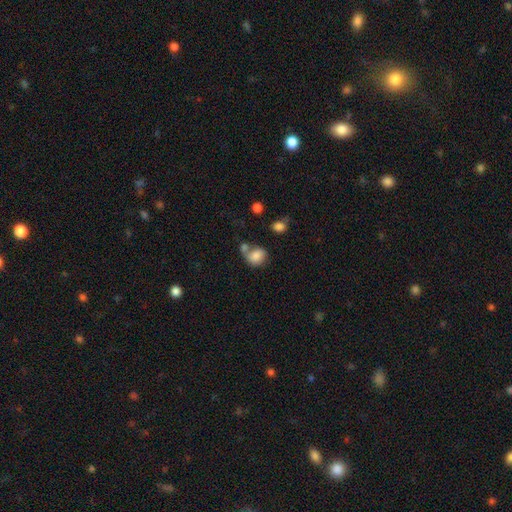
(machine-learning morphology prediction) smooth_or_featured: smooth (p=0.81) [alt: featured or disk p=0.10]
how_rounded: round (p=0.59) [alt: in between p=0.40]
merging: none (p=0.40) [alt: merger p=0.36]